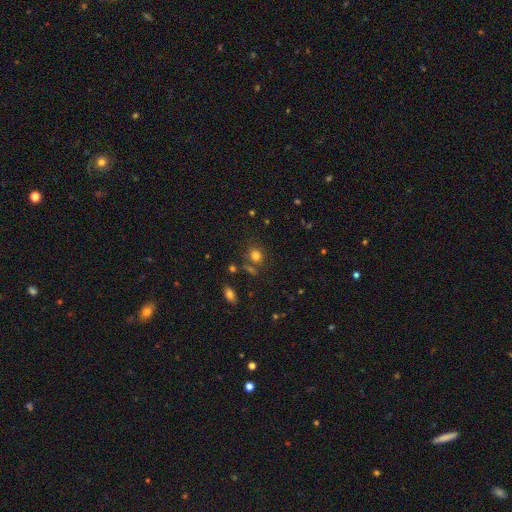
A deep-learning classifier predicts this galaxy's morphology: Q: Smooth or featured?
A: smooth (78%); runner-up: star or artifact (15%)
Q: How rounded?
A: round (70%); runner-up: in between (29%)
Q: Merging?
A: none (73%); runner-up: minor disturbance (13%)